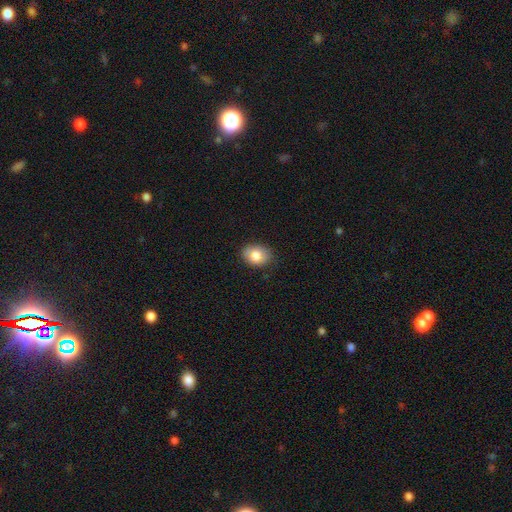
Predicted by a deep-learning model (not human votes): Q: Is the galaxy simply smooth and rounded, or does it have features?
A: smooth — 82%.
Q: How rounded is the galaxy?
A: in between — 64%.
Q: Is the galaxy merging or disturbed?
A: none — 83%.